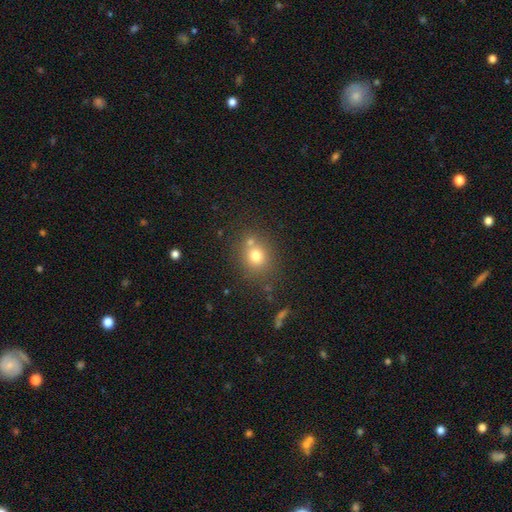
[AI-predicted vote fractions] smooth-or-featured: smooth: 73% | star or artifact: 15% | featured or disk: 12%
  how-rounded: round: 75% | in between: 24% | cigar-shaped: 1%
  merging: none: 66% | merger: 20% | minor disturbance: 11% | major disturbance: 4%